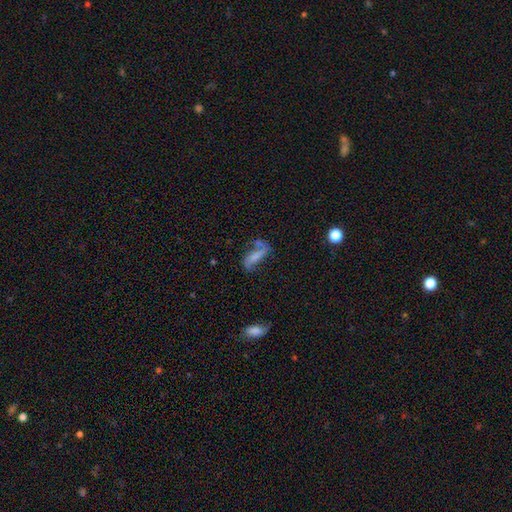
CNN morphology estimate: type=featured or disk (55%); edge-on=no (87%); merging=none (48%).